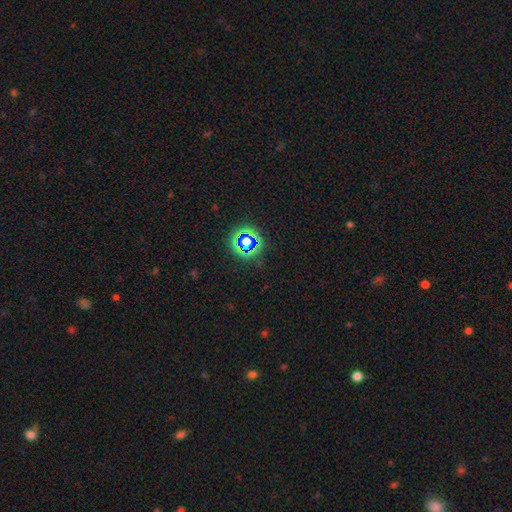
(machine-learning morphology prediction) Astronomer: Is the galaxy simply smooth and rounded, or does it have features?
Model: star or artifact — 69%.